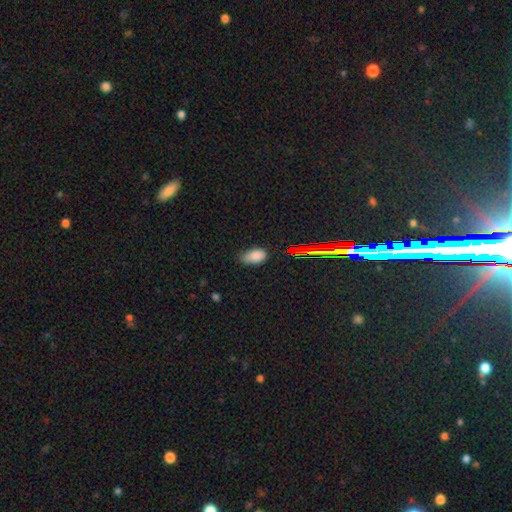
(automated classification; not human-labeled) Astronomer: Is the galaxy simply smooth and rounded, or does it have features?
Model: smooth — 80%.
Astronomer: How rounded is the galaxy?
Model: in between — 91%.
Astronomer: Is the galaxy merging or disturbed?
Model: none — 58% (runner-up: minor disturbance, 34%).